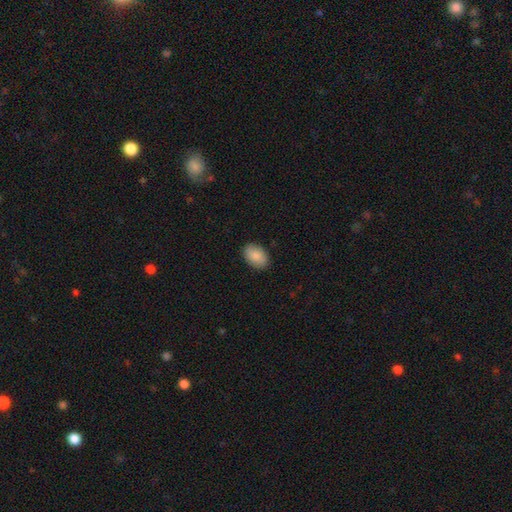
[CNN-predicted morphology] A smooth galaxy with no disk features (89%) that is in between round and cigar-shaped (89%).

Vote fractions:
- Smooth or featured? smooth: 89% / star or artifact: 6% / featured or disk: 5%
- How rounded? in between: 89% / round: 10% / cigar-shaped: 1%
- Merging? none: 88% / minor disturbance: 9% / major disturbance: 2% / merger: 1%